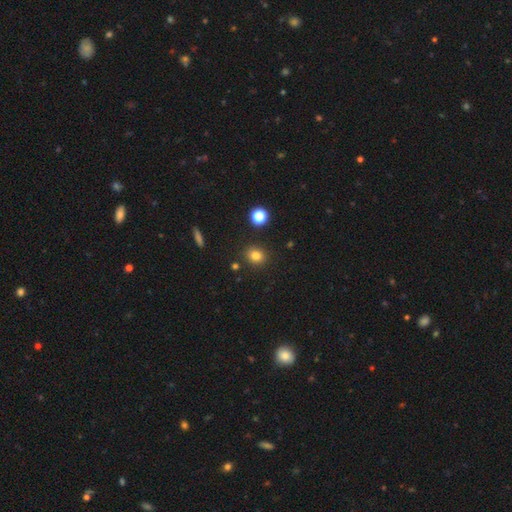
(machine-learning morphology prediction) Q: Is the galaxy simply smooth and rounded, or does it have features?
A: smooth — 80%.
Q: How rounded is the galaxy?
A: round — 75%.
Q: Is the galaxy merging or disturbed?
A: none — 86%.